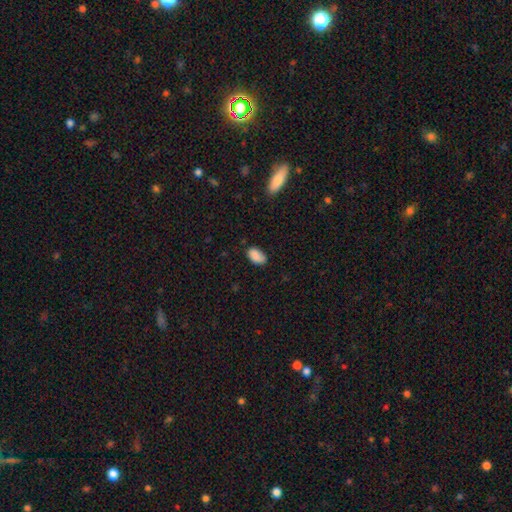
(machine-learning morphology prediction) smooth_or_featured: smooth (p=0.87) [alt: star or artifact p=0.08]
how_rounded: in between (p=0.92) [alt: round p=0.07]
merging: none (p=0.74) [alt: minor disturbance p=0.21]